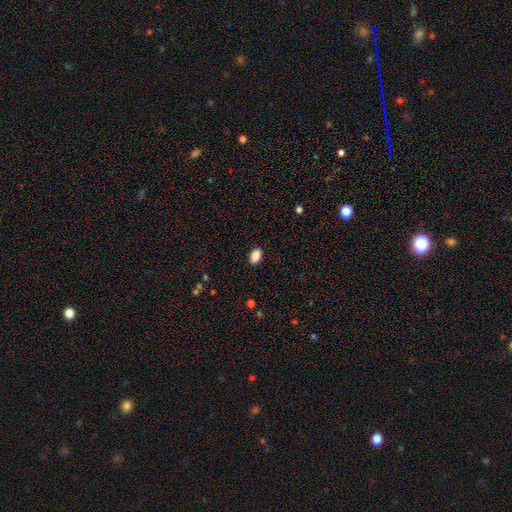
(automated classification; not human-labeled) smooth 88%, star or artifact 8%, featured or disk 4%. Down the decision tree: how rounded — in between (91%); merging — none (89%).